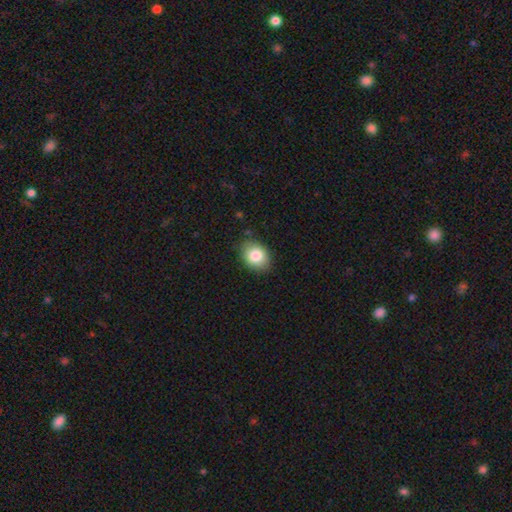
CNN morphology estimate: smooth_or_featured: smooth (p=0.84) [alt: star or artifact p=0.09]
how_rounded: in between (p=0.57) [alt: round p=0.42]
merging: none (p=0.84) [alt: minor disturbance p=0.12]